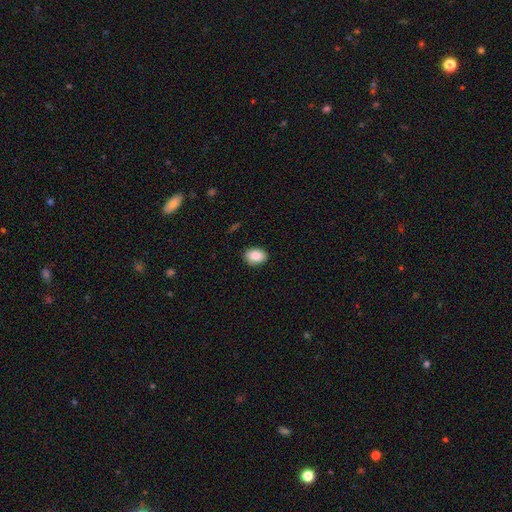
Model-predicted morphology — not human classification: A smooth galaxy with no disk features (87%) that is in between round and cigar-shaped (74%).

Vote fractions:
- Smooth or featured? smooth: 87% / star or artifact: 7% / featured or disk: 5%
- How rounded? in between: 74% / round: 25% / cigar-shaped: 1%
- Merging? none: 88% / minor disturbance: 9% / major disturbance: 2% / merger: 1%